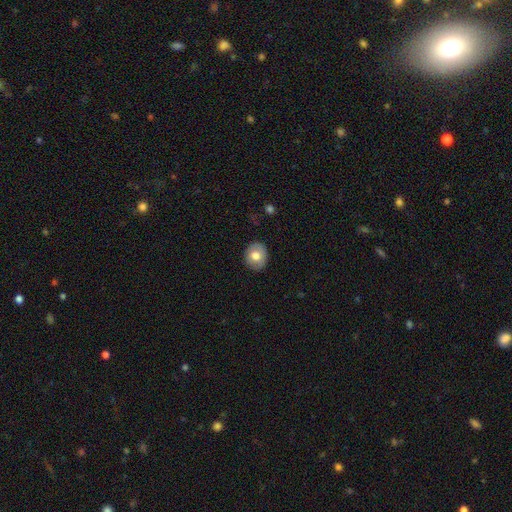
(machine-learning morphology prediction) A smooth galaxy with no disk features (72%) that is round (67%). Merging: none (86%).